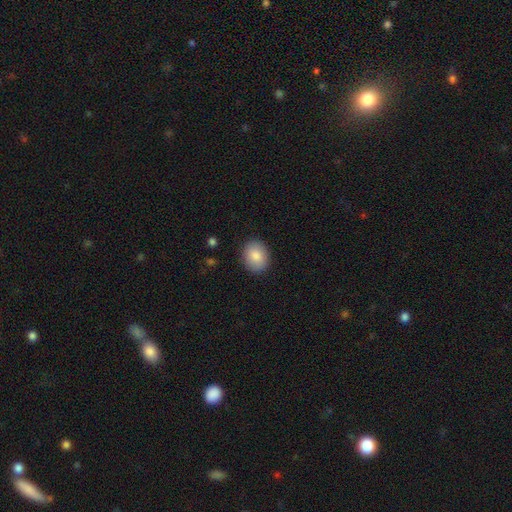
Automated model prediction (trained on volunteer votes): This appears to be a smooth galaxy with no disk features (84%) that is round (50%). Merging: none (89%).